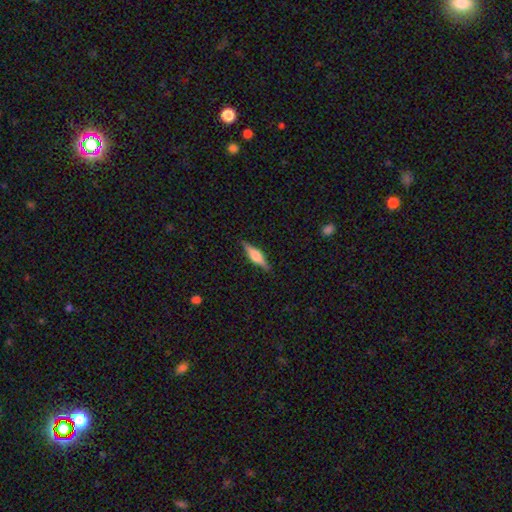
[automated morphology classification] Smooth or featured?
  - featured or disk: 58% *
  - smooth: 35%
  - star or artifact: 7%
Edge-on disk?
  - yes: 96% *
  - no: 4%
Edge-on bulge?
  - rounded: 82% *
  - boxy: 14%
  - none: 3%
Merging?
  - none: 88% *
  - minor disturbance: 9%
  - major disturbance: 2%
  - merger: 1%